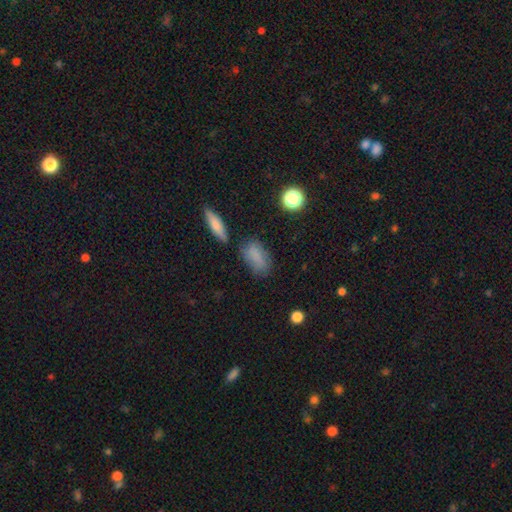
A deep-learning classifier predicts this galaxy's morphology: smooth-or-featured: smooth: 79% | star or artifact: 11% | featured or disk: 10%
  how-rounded: in between: 85% | cigar-shaped: 9% | round: 7%
  merging: none: 66% | minor disturbance: 21% | merger: 7% | major disturbance: 6%